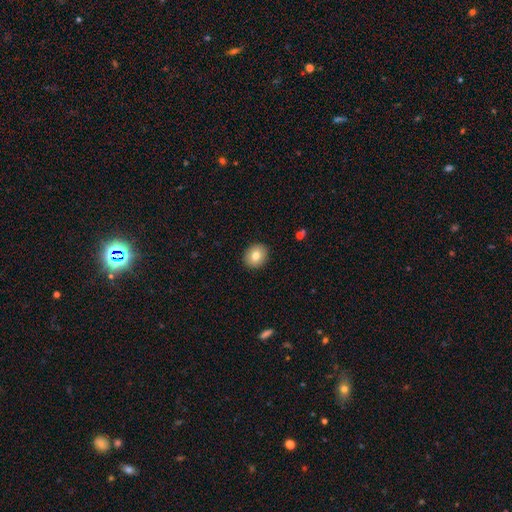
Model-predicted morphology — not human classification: A smooth galaxy with no disk features (80%) that is round (71%).

Vote fractions:
- Smooth or featured? smooth: 80% / featured or disk: 12% / star or artifact: 9%
- How rounded? round: 71% / in between: 28% / cigar-shaped: 1%
- Merging? none: 91% / minor disturbance: 6% / major disturbance: 2% / merger: 1%